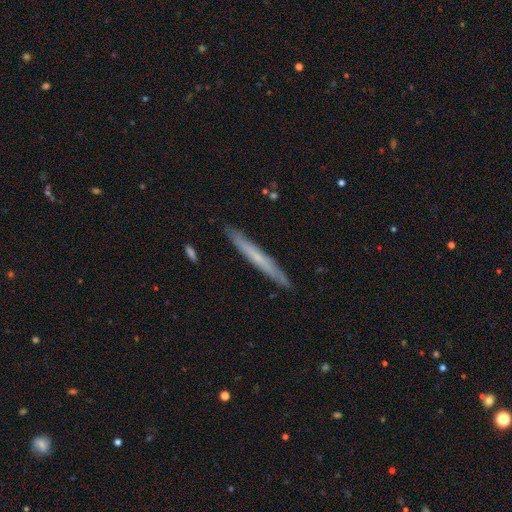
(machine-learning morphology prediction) smooth 48%, featured or disk 45%, star or artifact 6%. Down the decision tree: merging — none (90%).